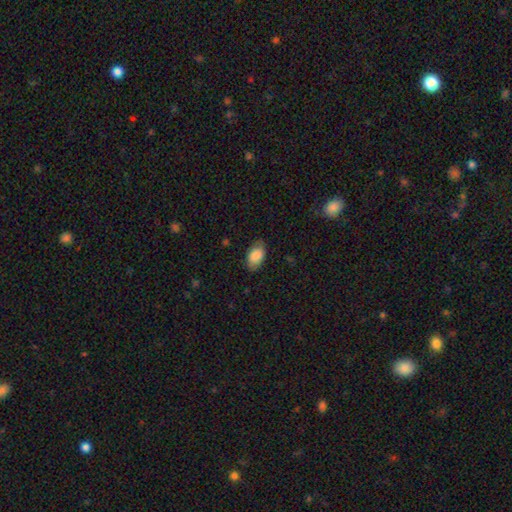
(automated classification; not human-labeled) A smooth galaxy with no disk features (86%) that is in between round and cigar-shaped (94%).

Vote fractions:
- Smooth or featured? smooth: 86% / featured or disk: 8% / star or artifact: 6%
- How rounded? in between: 94% / round: 4% / cigar-shaped: 2%
- Merging? none: 82% / minor disturbance: 14% / major disturbance: 3% / merger: 1%